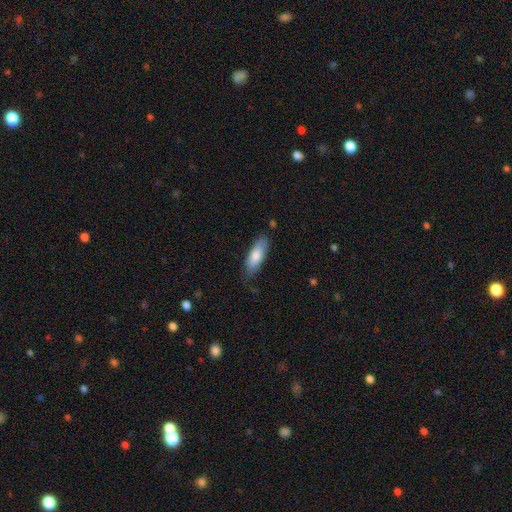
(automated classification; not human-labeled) Smooth or featured? Predicted: smooth (p=0.78). How rounded? Predicted: in between (p=0.59). Merging? Predicted: none (p=0.77).